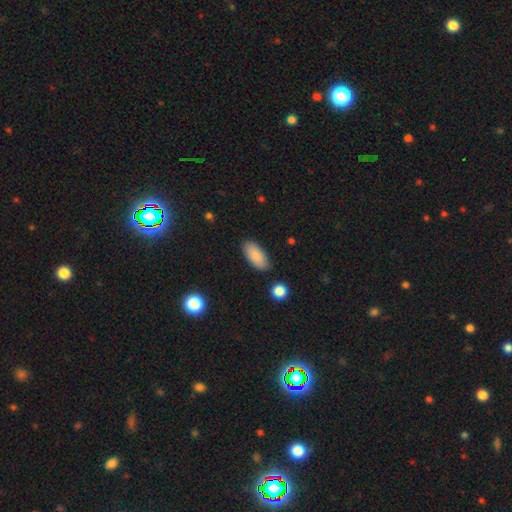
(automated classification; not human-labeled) A smooth galaxy with no disk features (87%) that is in between round and cigar-shaped (89%).

Vote fractions:
- Smooth or featured? smooth: 87% / featured or disk: 7% / star or artifact: 6%
- How rounded? in between: 89% / cigar-shaped: 9% / round: 2%
- Merging? none: 86% / minor disturbance: 10% / major disturbance: 2% / merger: 2%